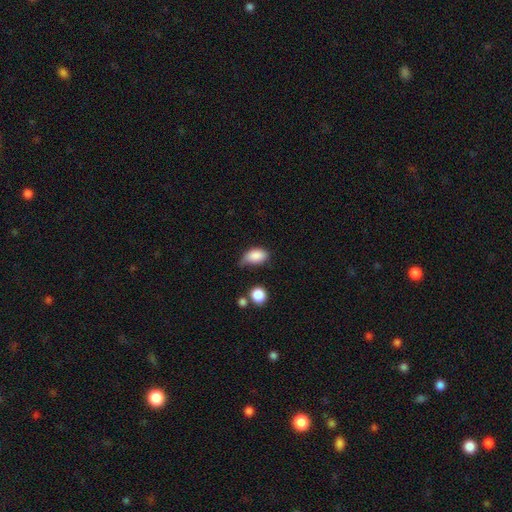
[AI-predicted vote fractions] Q: Smooth or featured?
A: smooth (86%); runner-up: star or artifact (8%)
Q: How rounded?
A: in between (90%); runner-up: round (8%)
Q: Merging?
A: minor disturbance (43%); runner-up: none (38%)